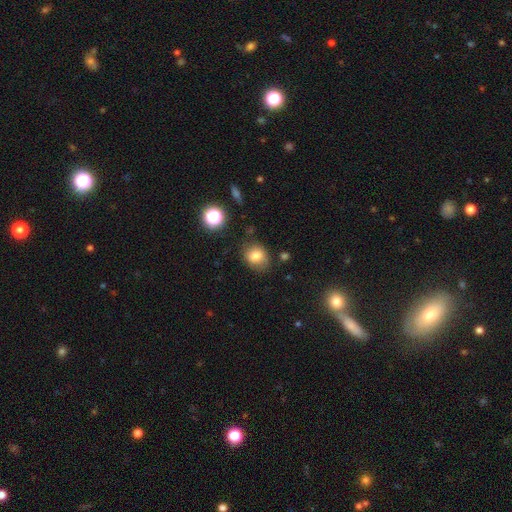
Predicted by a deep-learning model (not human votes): The model was most divided on "how rounded": round: 60%, in between: 39%, cigar-shaped: 1%. More confident: smooth or featured — smooth (79%); merging — none (74%).